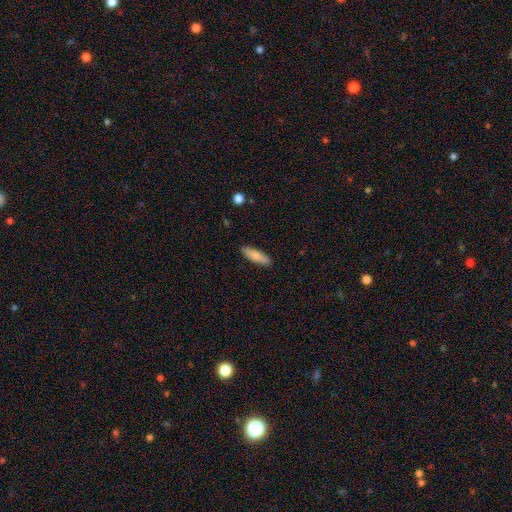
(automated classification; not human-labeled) smooth_or_featured: smooth (p=0.83) [alt: featured or disk p=0.12]
how_rounded: cigar-shaped (p=0.53) [alt: in between p=0.45]
merging: none (p=0.89) [alt: minor disturbance p=0.09]